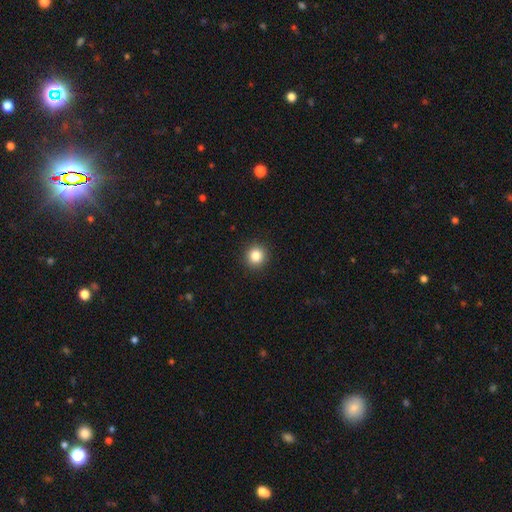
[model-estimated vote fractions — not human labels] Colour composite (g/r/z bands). It shows a smooth galaxy with no disk features (84%) that is round (93%). Merging: none (92%).